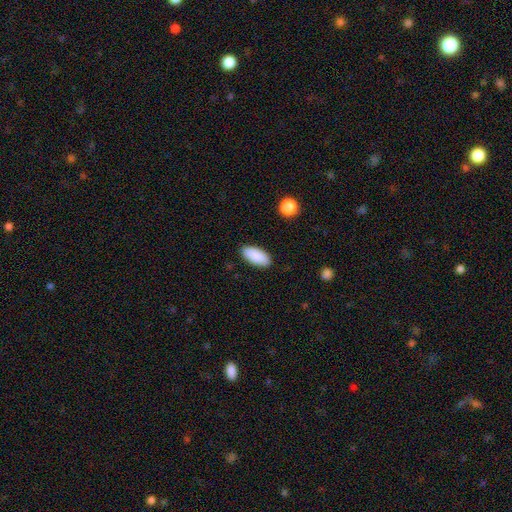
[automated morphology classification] Smooth or featured: smooth — 90% (star or artifact — 7%)
How rounded: in between — 90% (cigar-shaped — 8%)
Merging: none — 88% (minor disturbance — 8%)